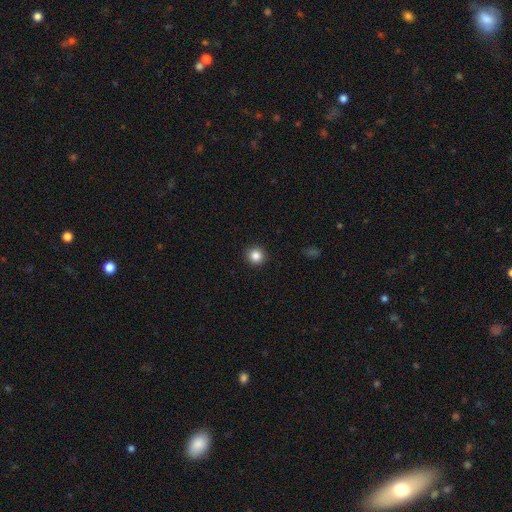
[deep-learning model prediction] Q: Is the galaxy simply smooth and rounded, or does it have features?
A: smooth — 85%.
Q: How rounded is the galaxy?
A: round — 94%.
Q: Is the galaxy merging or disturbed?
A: none — 93%.